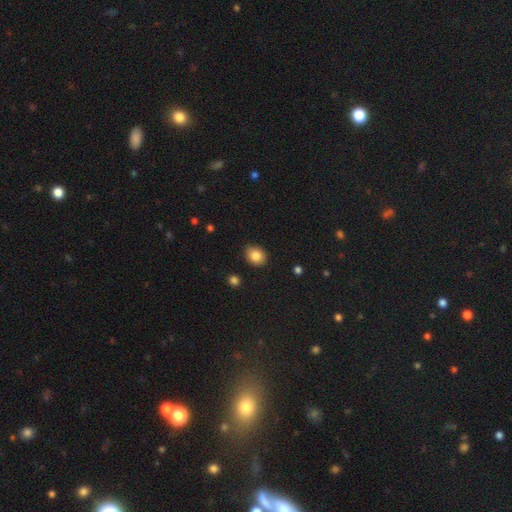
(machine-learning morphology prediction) A smooth galaxy with no disk features (84%) that is round (51%).

Vote fractions:
- Smooth or featured? smooth: 84% / star or artifact: 9% / featured or disk: 6%
- How rounded? round: 51% / in between: 48% / cigar-shaped: 1%
- Merging? none: 84% / minor disturbance: 13% / major disturbance: 2% / merger: 1%